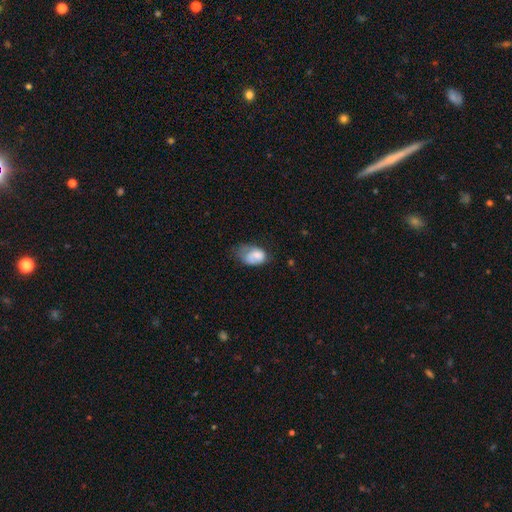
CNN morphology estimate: A smooth galaxy with no disk features (69%) that is in between round and cigar-shaped (84%). Merging: minor disturbance (36%).